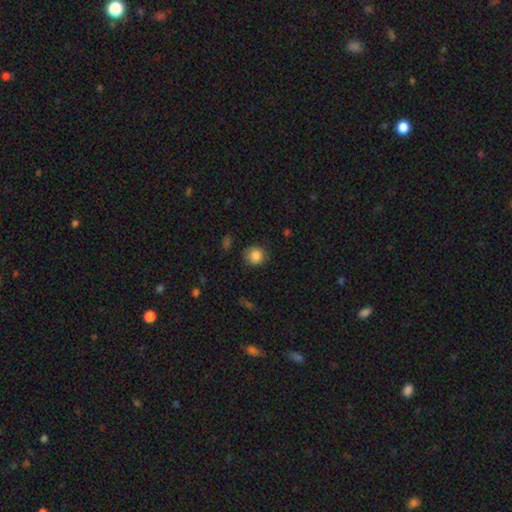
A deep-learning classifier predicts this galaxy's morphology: The model was most divided on "merging": none: 82%, minor disturbance: 13%, major disturbance: 4%, merger: 2%. More confident: smooth or featured — smooth (86%); how rounded — round (85%).